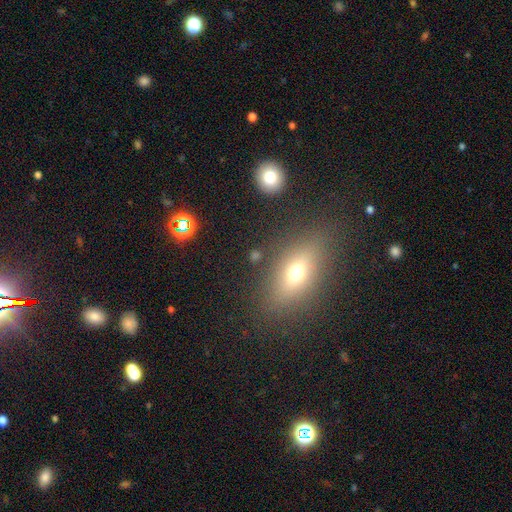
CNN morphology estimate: smooth 60%, star or artifact 21%, featured or disk 19%. Down the decision tree: how rounded — in between (60%); merging — none (79%).